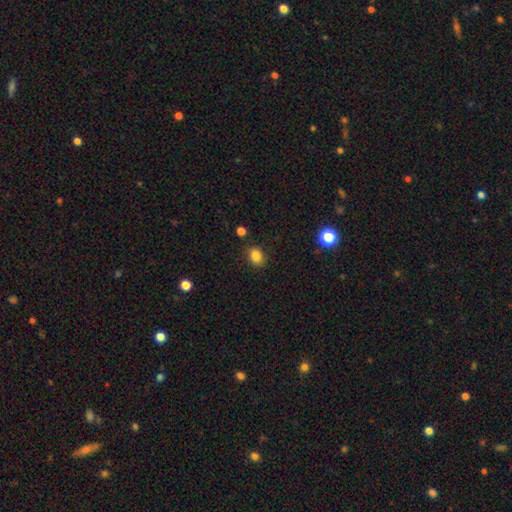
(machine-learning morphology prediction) This is clearly a smooth galaxy (84%). How rounded: possibly in between (54%). Merging: clearly none (82%).